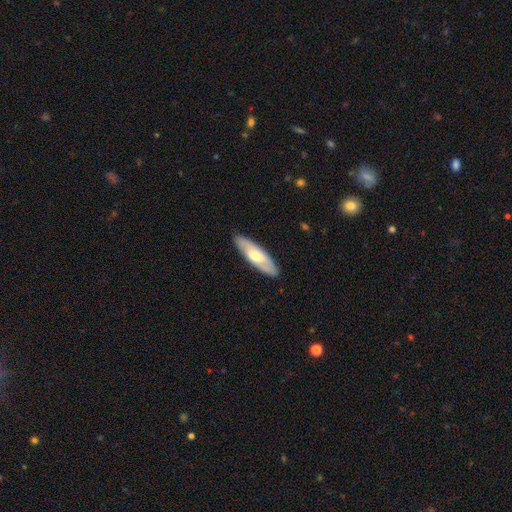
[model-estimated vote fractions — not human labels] smooth-or-featured: smooth: 50% | featured or disk: 45% | star or artifact: 5%
  how-rounded: in between: 51% | cigar-shaped: 47% | round: 2%
  merging: none: 86% | minor disturbance: 11% | major disturbance: 2% | merger: 1%